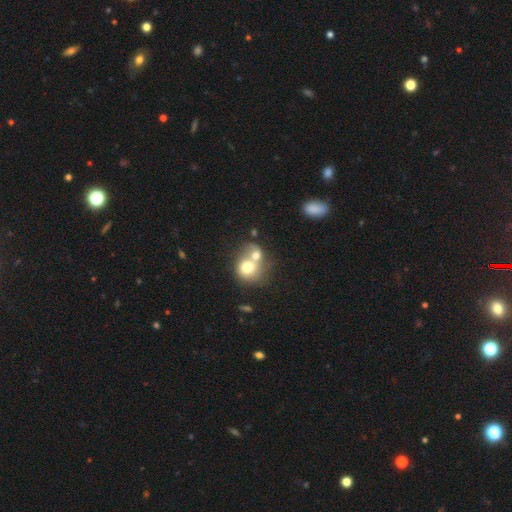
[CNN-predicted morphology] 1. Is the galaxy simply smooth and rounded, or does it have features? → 68% smooth, 23% featured or disk, 9% star or artifact.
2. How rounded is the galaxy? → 70% round, 29% in between, 1% cigar-shaped.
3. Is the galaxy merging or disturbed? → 72% merger, 18% none, 6% minor disturbance, 4% major disturbance.